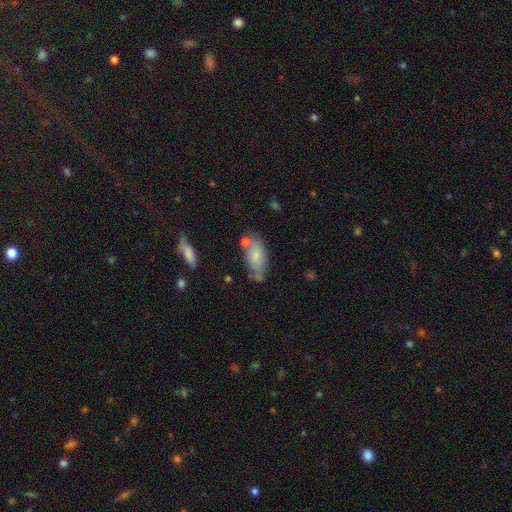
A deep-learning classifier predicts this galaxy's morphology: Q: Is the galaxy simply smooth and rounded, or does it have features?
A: smooth — 72%.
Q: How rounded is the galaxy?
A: in between — 88%.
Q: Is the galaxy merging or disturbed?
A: none — 57%.